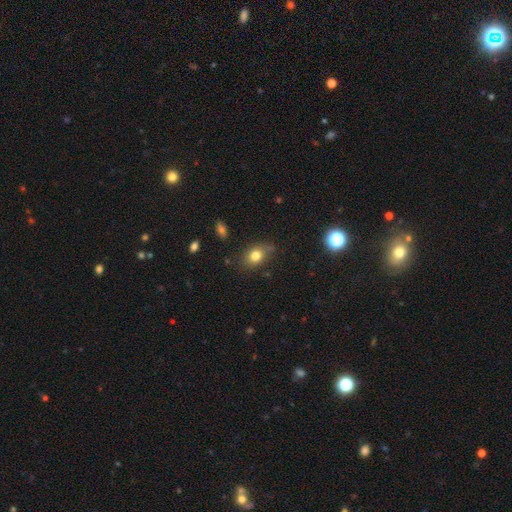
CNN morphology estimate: Overall: smooth (78%). How rounded: in between (64%; round 34%). Merging: none (68%).